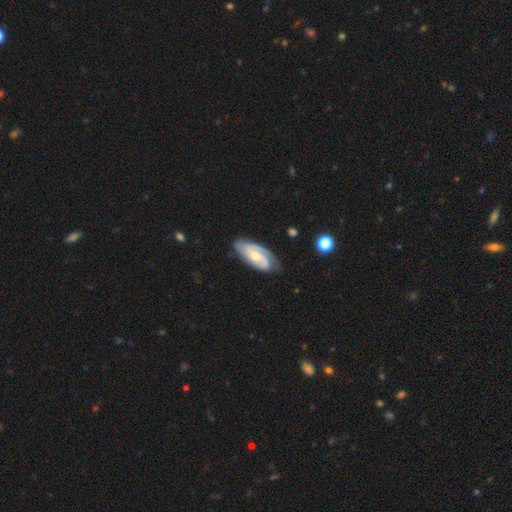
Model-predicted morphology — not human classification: This appears to be a featured or disk galaxy (79%) with no bar (50%), 2 (68%) tight (46%) spiral arms (95%) and a moderate central bulge (52%). Merging: none (72%).